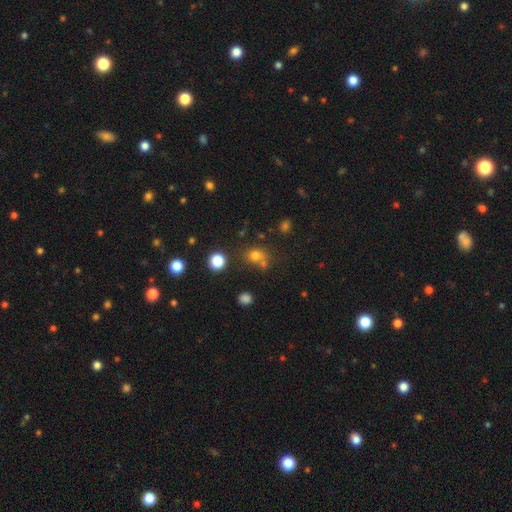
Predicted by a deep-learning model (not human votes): A smooth galaxy with no disk features (72%) that is round (71%). Merging: none (55%).